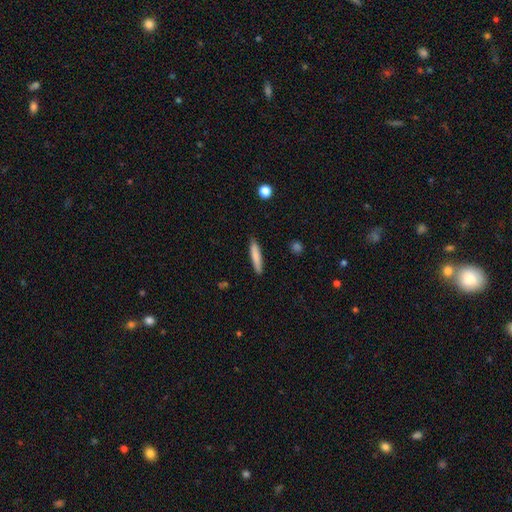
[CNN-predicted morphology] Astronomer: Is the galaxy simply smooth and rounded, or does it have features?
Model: smooth — 81%.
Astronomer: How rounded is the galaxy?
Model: cigar-shaped — 88%.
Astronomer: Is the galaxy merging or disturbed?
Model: none — 89%.